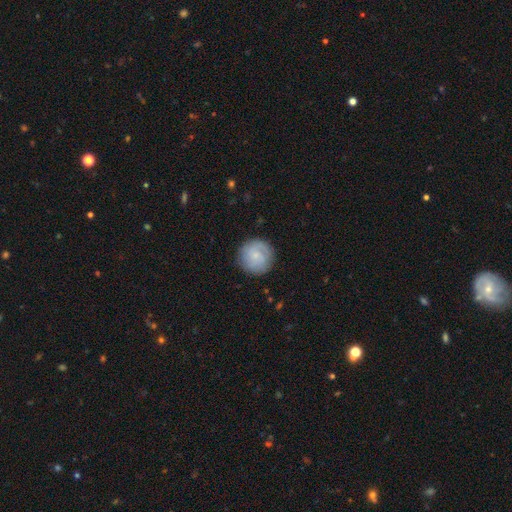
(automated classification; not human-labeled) A smooth galaxy with no disk features (53%) that is round (95%).

Vote fractions:
- Smooth or featured? smooth: 53% / featured or disk: 40% / star or artifact: 7%
- How rounded? round: 95% / in between: 4% / cigar-shaped: 1%
- Merging? none: 86% / minor disturbance: 10% / major disturbance: 3% / merger: 1%